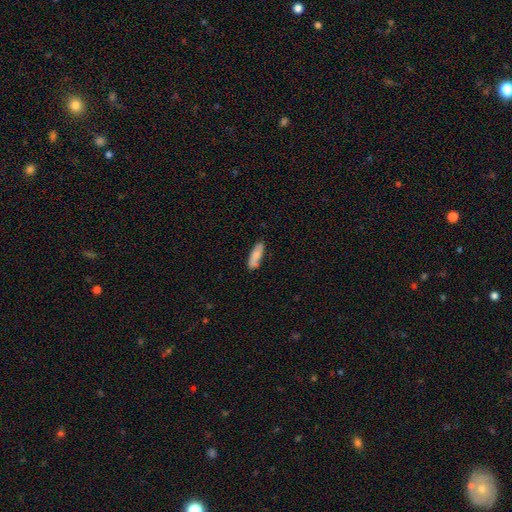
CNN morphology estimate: This is clearly a smooth galaxy (81%). How rounded: possibly cigar-shaped (52%). Merging: clearly none (81%).